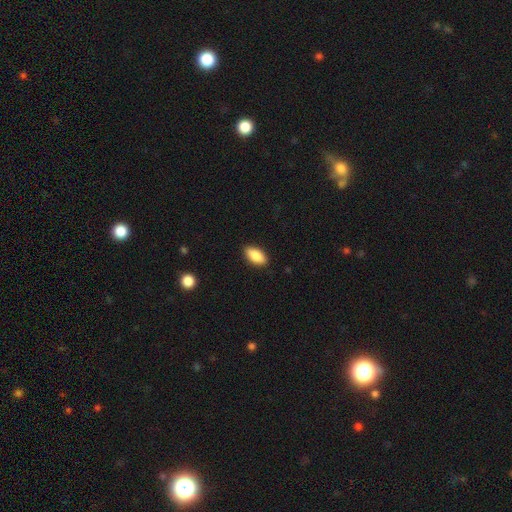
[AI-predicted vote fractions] This appears to be a smooth galaxy with no disk features (88%) that is in between round and cigar-shaped (90%). Merging: none (88%).